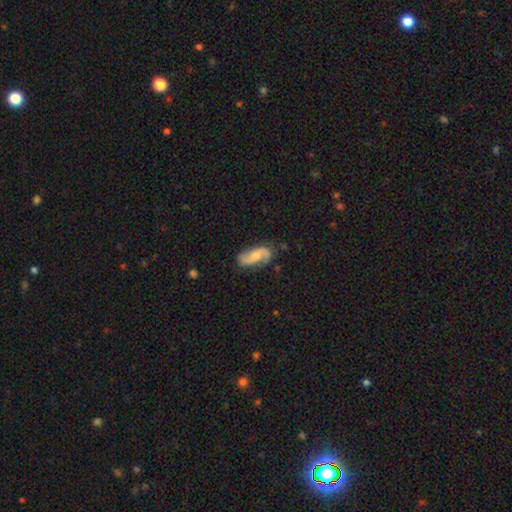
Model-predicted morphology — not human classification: Smooth or featured? featured or disk (69%)
Edge-on disk? no (95%)
Bar? no (57%)
Spiral arms? yes (94%)
Spiral winding? loose (51%)
Spiral arm count? 2 (88%)
Bulge size? moderate (43%)
Merging? none (70%)